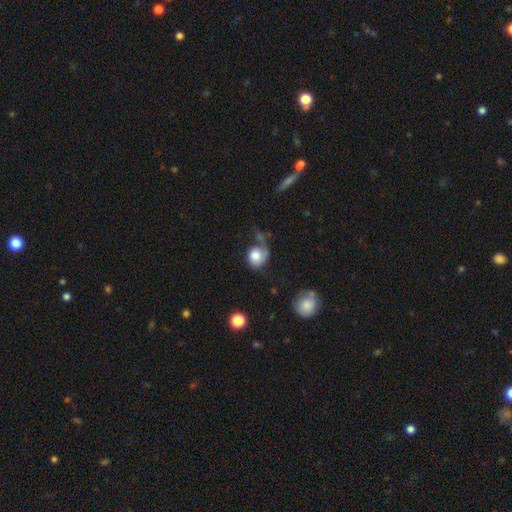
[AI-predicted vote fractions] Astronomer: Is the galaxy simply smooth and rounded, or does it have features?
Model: smooth — 69%.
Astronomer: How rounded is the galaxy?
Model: round — 70%.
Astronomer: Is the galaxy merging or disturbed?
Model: none — 37% (runner-up: major disturbance, 29%).